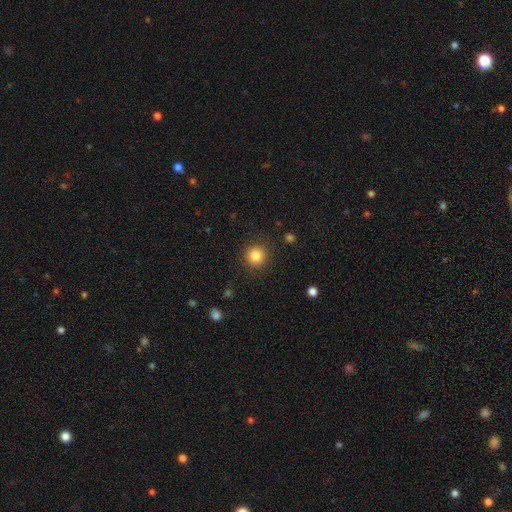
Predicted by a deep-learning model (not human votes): Smooth or featured? Predicted: smooth (p=0.84). How rounded? Predicted: round (p=0.94). Merging? Predicted: none (p=0.89).